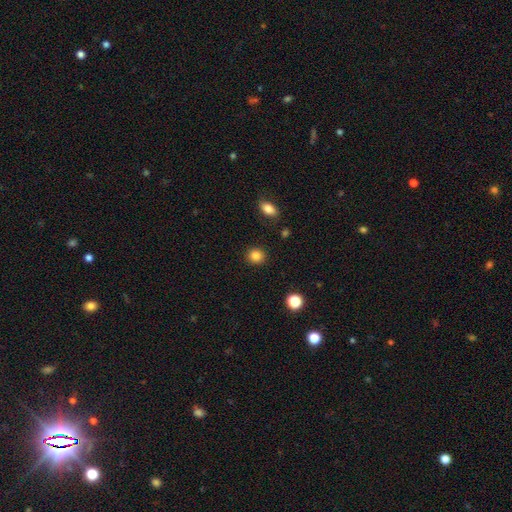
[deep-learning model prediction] Q: Smooth or featured?
A: smooth (86%); runner-up: star or artifact (10%)
Q: How rounded?
A: round (84%); runner-up: in between (15%)
Q: Merging?
A: none (90%); runner-up: minor disturbance (6%)